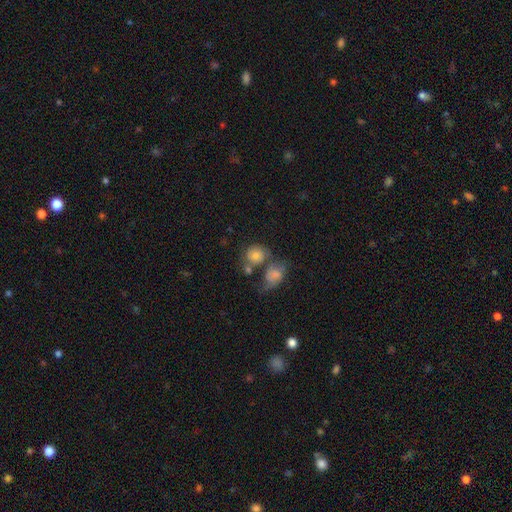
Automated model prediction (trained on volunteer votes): A smooth galaxy with no disk features (70%) that is round (76%).

Vote fractions:
- Smooth or featured? smooth: 70% / featured or disk: 19% / star or artifact: 11%
- How rounded? round: 76% / in between: 23% / cigar-shaped: 1%
- Merging? none: 39% / merger: 38% / minor disturbance: 14% / major disturbance: 9%